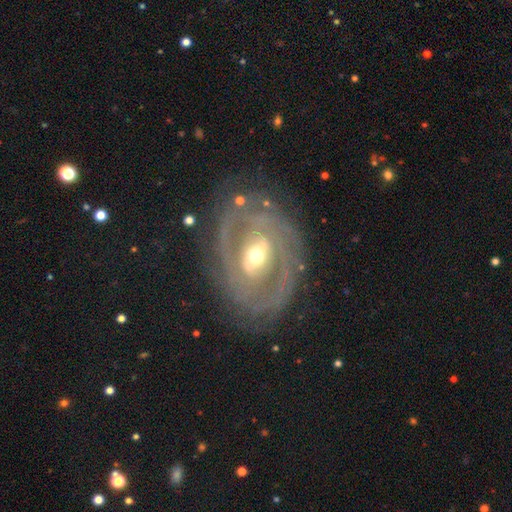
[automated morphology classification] Smooth or featured: featured or disk — 85% (smooth — 10%)
Edge-on disk: no — 95% (yes — 5%)
Bar: weak — 40% (strong — 33%)
Spiral arms: yes — 80% (no — 20%)
Spiral winding: tight — 58% (medium — 30%)
Spiral arm count: 2 — 48% (can't tell — 28%)
Bulge size: moderate — 63% (small — 29%)
Merging: none — 74% (minor disturbance — 16%)